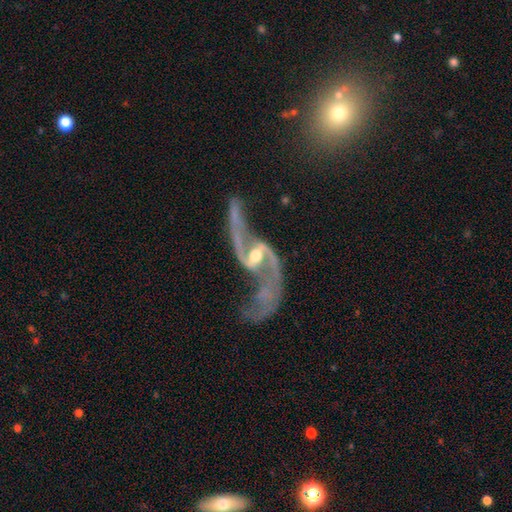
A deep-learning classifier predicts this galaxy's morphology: A featured or disk galaxy (92%) with a weak bar (42%), 2 (94%) loose (79%) spiral arms (95%) and a moderate central bulge (71%). Merging: none (52%).